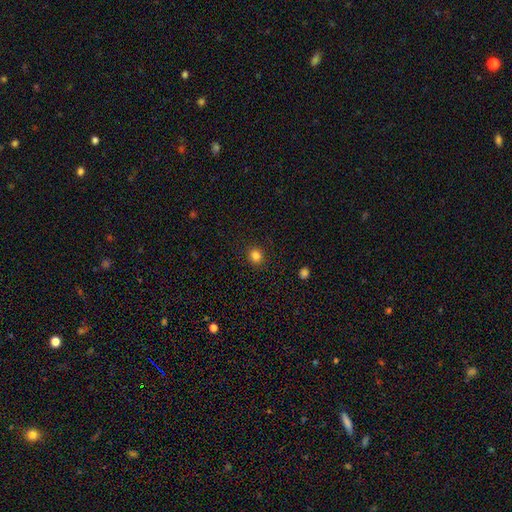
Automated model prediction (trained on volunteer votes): smooth-or-featured: smooth: 84% | star or artifact: 12% | featured or disk: 4%
  how-rounded: round: 81% | in between: 18% | cigar-shaped: 1%
  merging: none: 90% | minor disturbance: 7% | major disturbance: 2% | merger: 1%